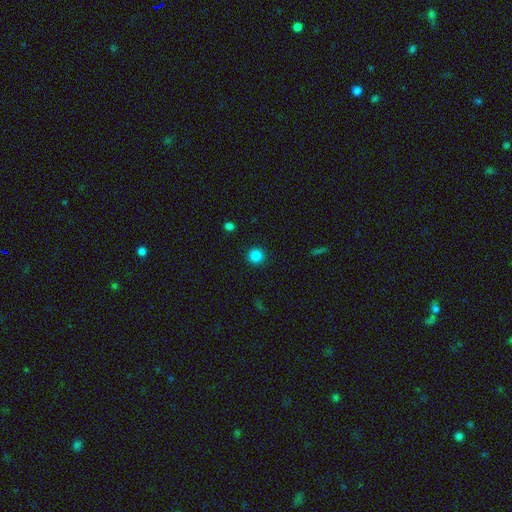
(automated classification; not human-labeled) Overall: smooth (85%). How rounded: round (94%). Merging: none (92%).